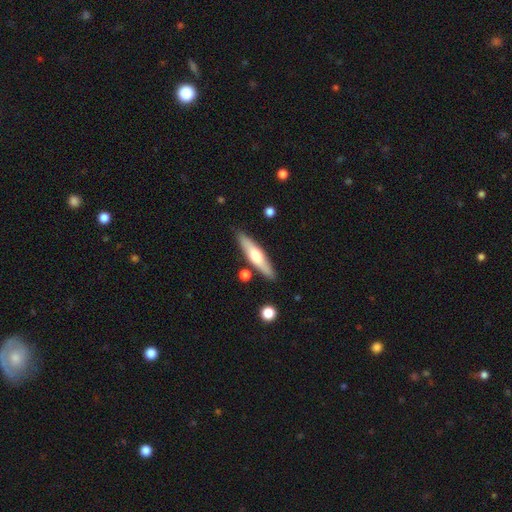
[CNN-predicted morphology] type=smooth (49%); merging=none (84%).